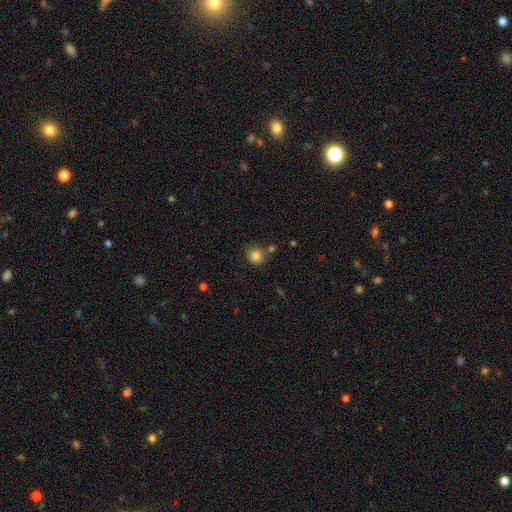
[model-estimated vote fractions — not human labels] Morphology: type=smooth (84%); roundness=round (87%); merging=none (69%).